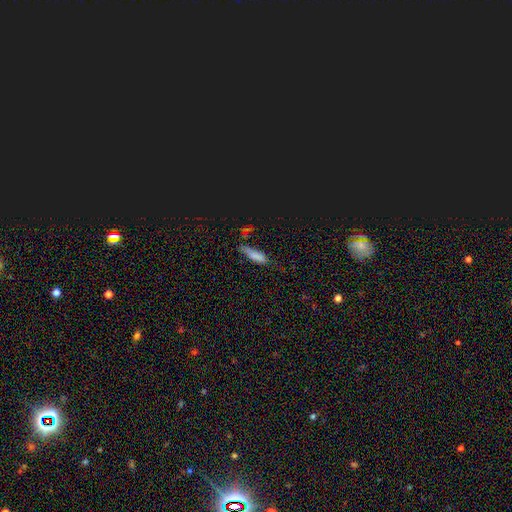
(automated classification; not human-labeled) This appears to be a smooth galaxy with no disk features (70%) that is cigar-shaped (58%). Merging: none (50%).